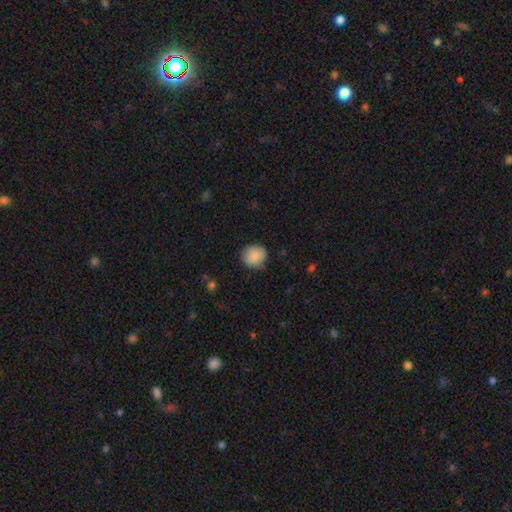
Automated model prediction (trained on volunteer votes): This appears to be a smooth galaxy with no disk features (87%) that is round (86%). Merging: none (79%).